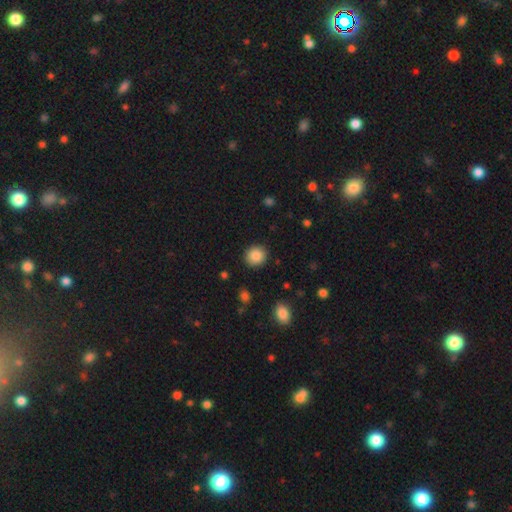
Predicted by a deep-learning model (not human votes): smooth 87%, star or artifact 9%, featured or disk 4%. Down the decision tree: how rounded — round (88%); merging — none (90%).